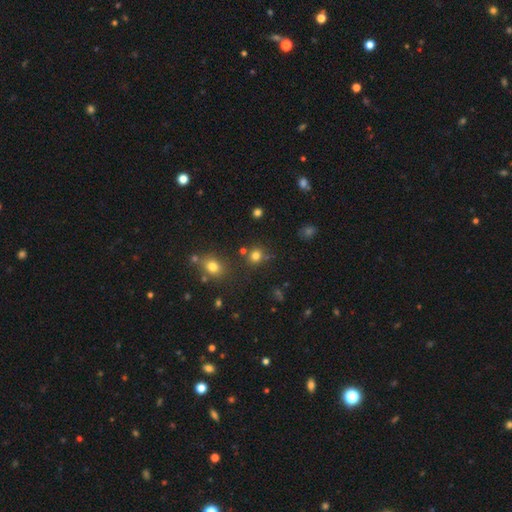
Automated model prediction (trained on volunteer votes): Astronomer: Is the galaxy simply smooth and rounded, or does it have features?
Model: smooth — 77%.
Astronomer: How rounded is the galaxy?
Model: round — 85%.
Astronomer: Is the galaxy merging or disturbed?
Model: none — 78%.